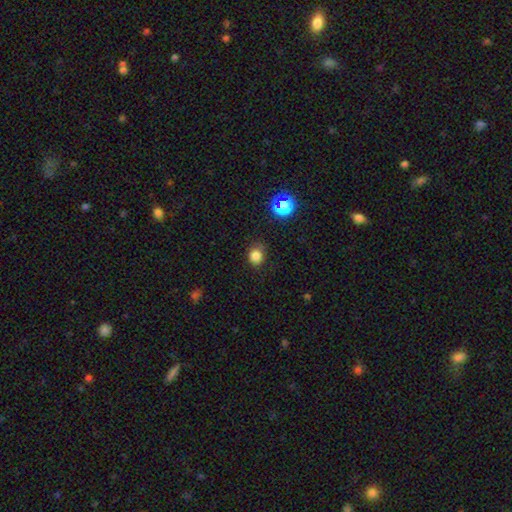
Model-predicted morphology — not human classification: Smooth or featured: smooth — 81% (star or artifact — 15%)
How rounded: round — 73% (in between — 26%)
Merging: none — 78% (minor disturbance — 16%)